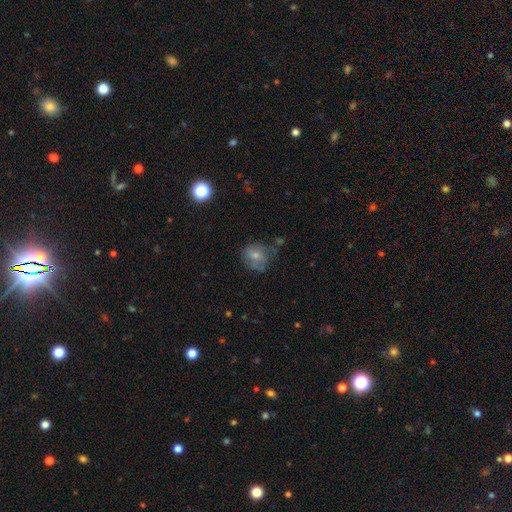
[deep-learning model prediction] Overall: smooth (60%; featured or disk 30%). How rounded: round (70%). Merging: none (55%; minor disturbance 28%).